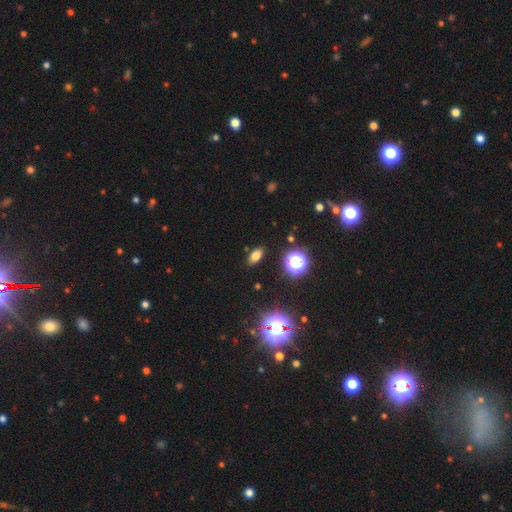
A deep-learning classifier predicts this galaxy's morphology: A smooth galaxy with no disk features (72%) that is in between round and cigar-shaped (83%).

Vote fractions:
- Smooth or featured? smooth: 72% / star or artifact: 21% / featured or disk: 8%
- How rounded? in between: 83% / round: 10% / cigar-shaped: 6%
- Merging? none: 88% / minor disturbance: 8% / major disturbance: 2% / merger: 2%